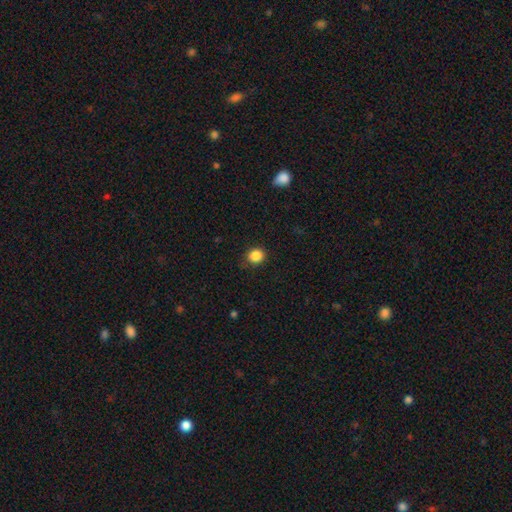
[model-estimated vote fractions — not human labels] smooth 86%, star or artifact 10%, featured or disk 4%. Down the decision tree: how rounded — round (78%); merging — none (84%).